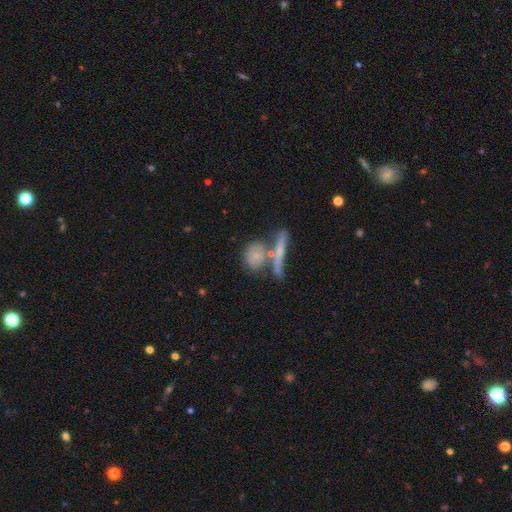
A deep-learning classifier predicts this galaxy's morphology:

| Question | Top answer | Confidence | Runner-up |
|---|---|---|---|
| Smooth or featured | smooth | 64% | featured or disk (28%) |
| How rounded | round | 53% | in between (28%) |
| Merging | none | 52% | merger (28%) |